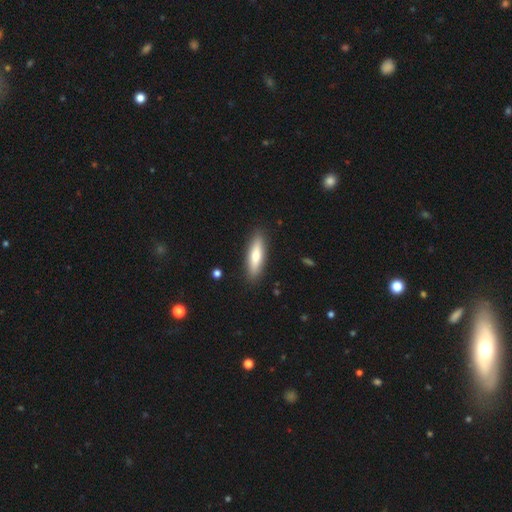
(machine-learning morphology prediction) Overall: smooth (71%). How rounded: cigar-shaped (62%; in between 36%). Merging: none (89%).